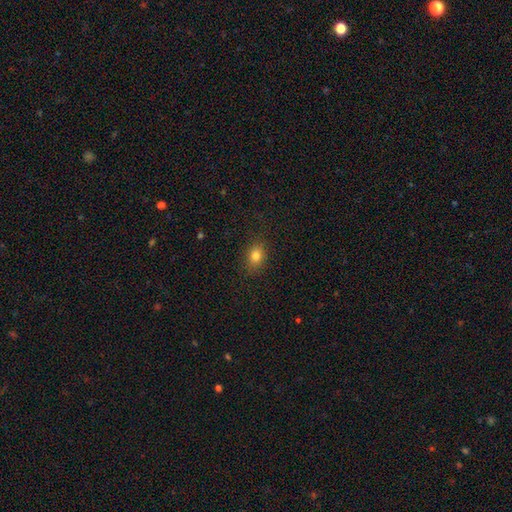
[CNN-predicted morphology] Smooth or featured? smooth (81%)
How rounded? in between (60%)
Merging? none (86%)